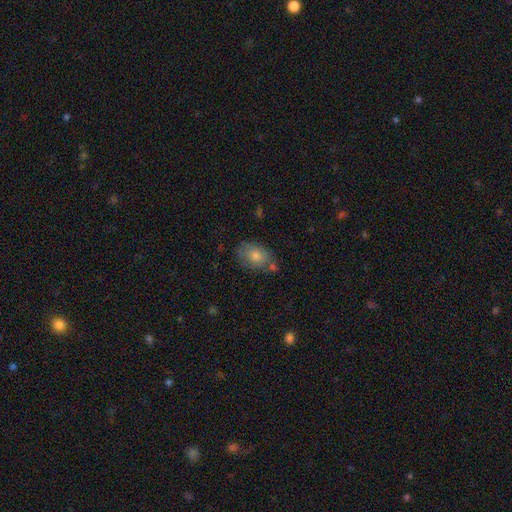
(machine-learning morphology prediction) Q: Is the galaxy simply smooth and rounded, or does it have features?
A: smooth — 74%.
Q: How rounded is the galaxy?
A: in between — 79%.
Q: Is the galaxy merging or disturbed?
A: none — 67%.